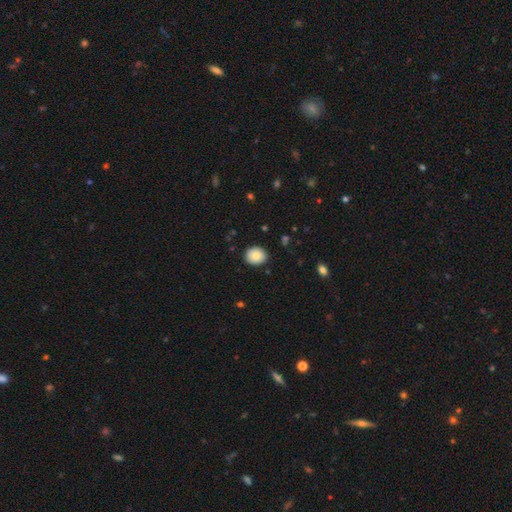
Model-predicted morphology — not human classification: Q: Smooth or featured?
A: smooth (82%); runner-up: featured or disk (10%)
Q: How rounded?
A: round (66%); runner-up: in between (33%)
Q: Merging?
A: none (86%); runner-up: minor disturbance (10%)